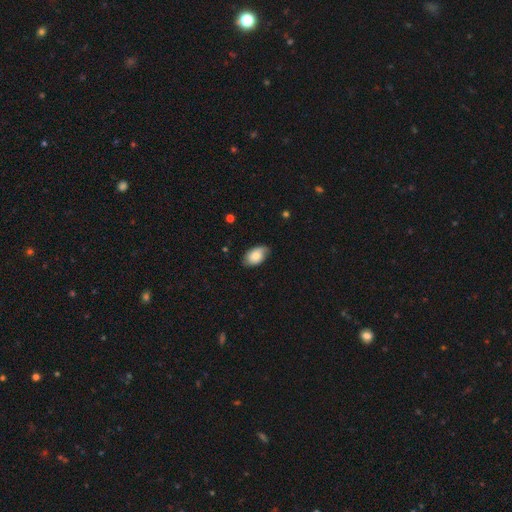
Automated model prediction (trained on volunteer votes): Smooth or featured? smooth (74%)
How rounded? in between (91%)
Merging? none (68%)